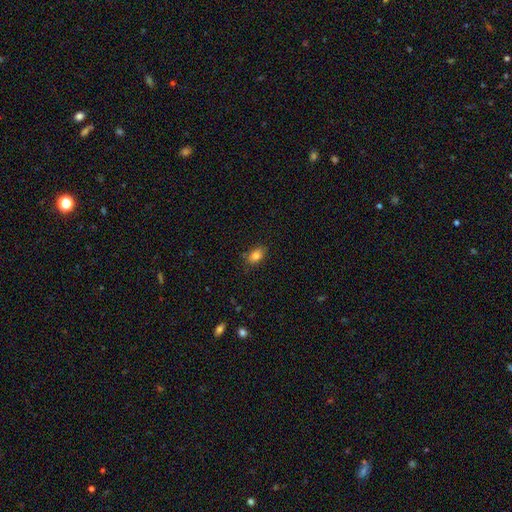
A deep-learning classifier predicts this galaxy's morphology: A smooth galaxy with no disk features (83%) that is in between round and cigar-shaped (82%).

Vote fractions:
- Smooth or featured? smooth: 83% / star or artifact: 10% / featured or disk: 7%
- How rounded? in between: 82% / round: 17% / cigar-shaped: 2%
- Merging? none: 82% / minor disturbance: 13% / major disturbance: 3% / merger: 2%